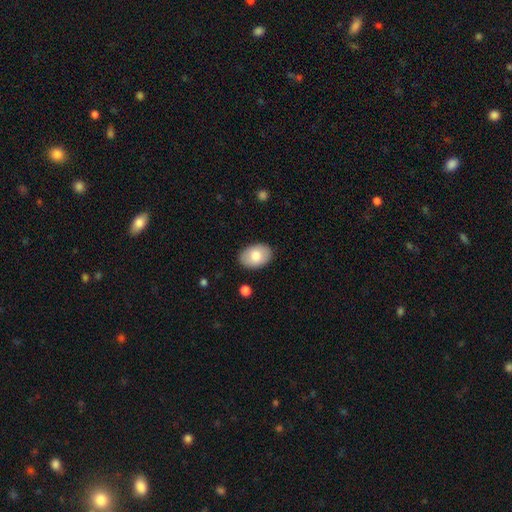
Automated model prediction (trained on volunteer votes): Smooth or featured? smooth (79%)
How rounded? in between (88%)
Merging? none (88%)